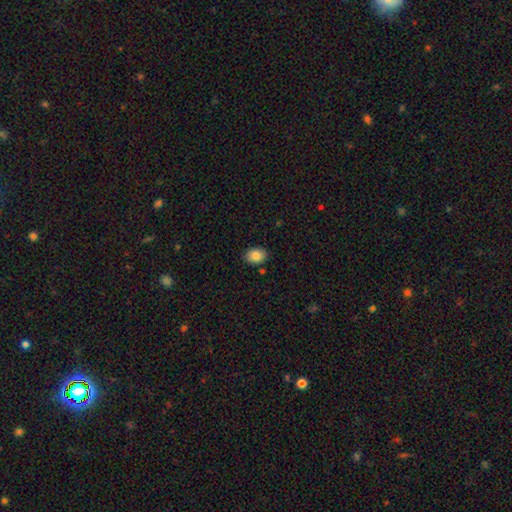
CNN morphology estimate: Smooth or featured?
  - smooth: 85% *
  - star or artifact: 8%
  - featured or disk: 7%
How rounded?
  - in between: 65% *
  - round: 34%
  - cigar-shaped: 1%
Merging?
  - none: 86% *
  - minor disturbance: 10%
  - major disturbance: 2%
  - merger: 2%